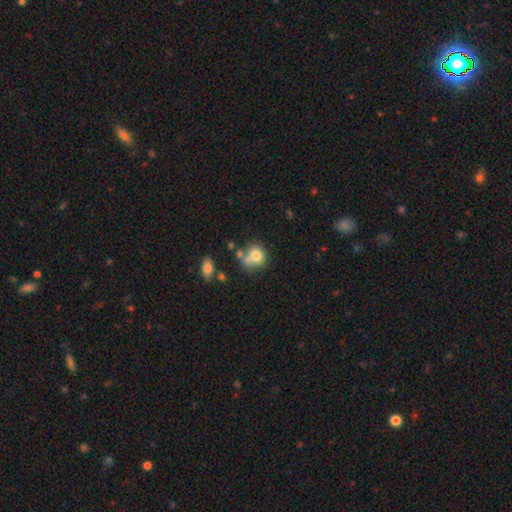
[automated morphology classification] Q: Smooth or featured?
A: smooth (74%); runner-up: featured or disk (16%)
Q: How rounded?
A: round (66%); runner-up: in between (33%)
Q: Merging?
A: none (41%); runner-up: merger (34%)